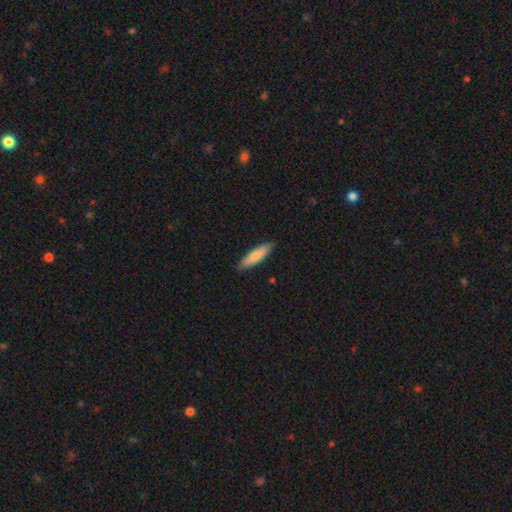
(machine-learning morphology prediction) A smooth galaxy with no disk features (79%) that is cigar-shaped (68%).

Vote fractions:
- Smooth or featured? smooth: 79% / featured or disk: 16% / star or artifact: 5%
- How rounded? cigar-shaped: 68% / in between: 30% / round: 1%
- Merging? none: 89% / minor disturbance: 8% / major disturbance: 2% / merger: 1%